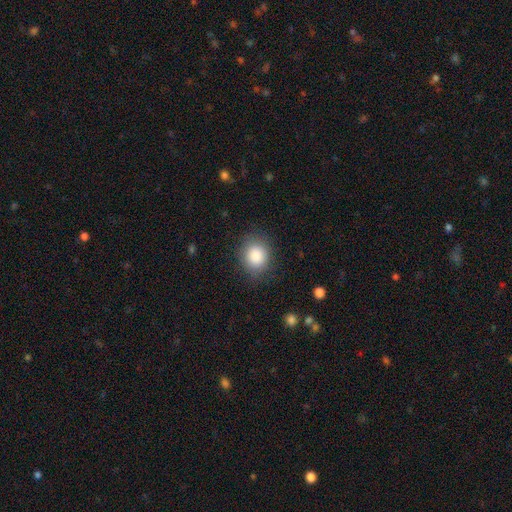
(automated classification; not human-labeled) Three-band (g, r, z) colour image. It shows a smooth galaxy with no disk features (85%) that is round (67%). Merging: none (83%).